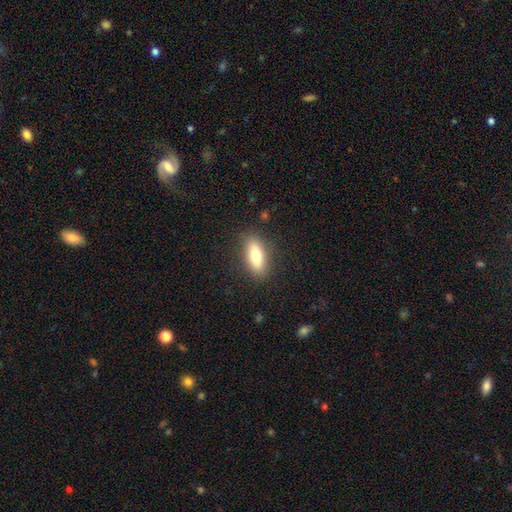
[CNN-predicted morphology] Smooth or featured? Predicted: smooth (p=0.74). How rounded? Predicted: in between (p=0.68). Merging? Predicted: none (p=0.86).